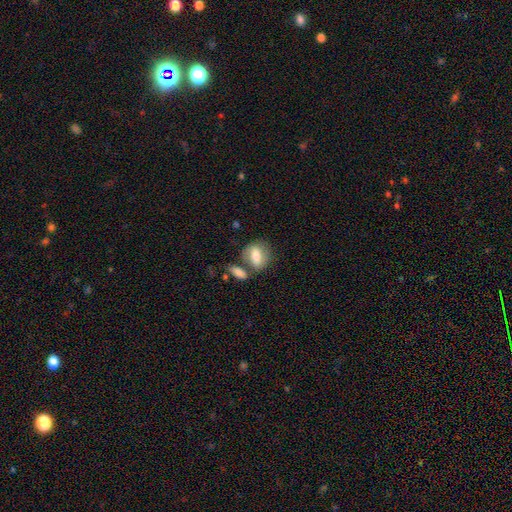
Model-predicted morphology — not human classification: Smooth or featured? smooth (68%)
How rounded? in between (63%)
Merging? none (52%)